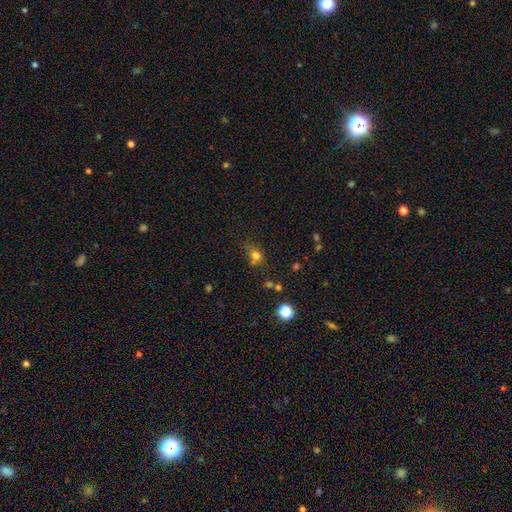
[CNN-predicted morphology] Smooth or featured?
  - smooth: 73% *
  - star or artifact: 19%
  - featured or disk: 8%
How rounded?
  - round: 71% *
  - in between: 28%
  - cigar-shaped: 1%
Merging?
  - none: 54% *
  - merger: 21%
  - minor disturbance: 18%
  - major disturbance: 7%